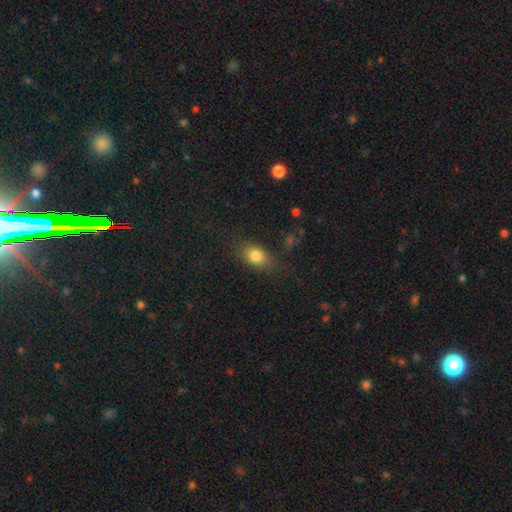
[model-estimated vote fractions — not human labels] Overall: smooth (81%). How rounded: in between (70%). Merging: none (72%).